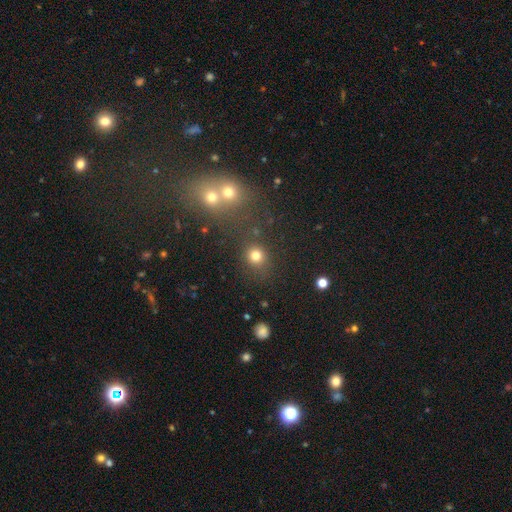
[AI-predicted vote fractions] Morphology: type=smooth (76%); roundness=round (86%); merging=none (77%).